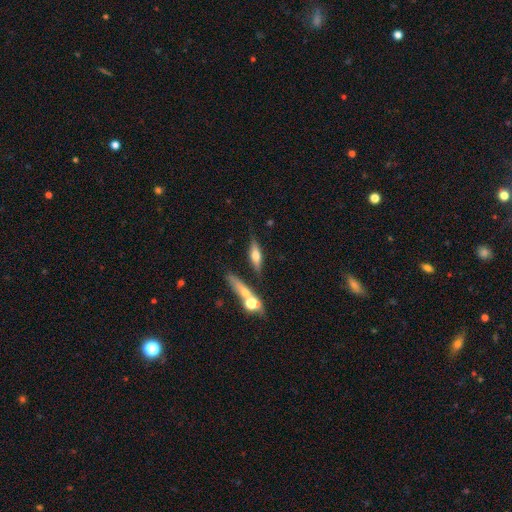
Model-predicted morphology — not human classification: smooth_or_featured: smooth (p=0.47) [alt: featured or disk p=0.45]
merging: none (p=0.72) [alt: merger p=0.12]